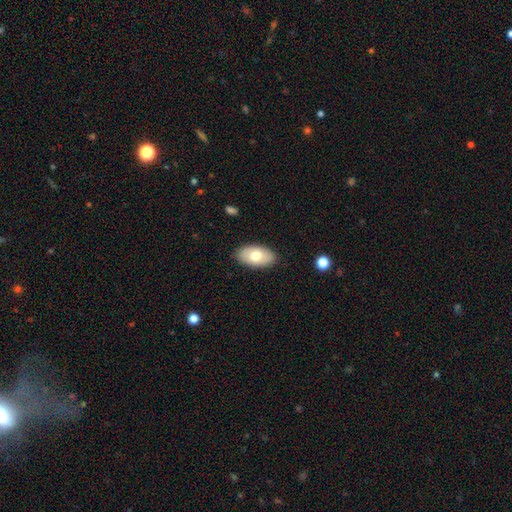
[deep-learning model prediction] smooth_or_featured: smooth (p=0.71) [alt: featured or disk p=0.23]
how_rounded: in between (p=0.94) [alt: round p=0.04]
merging: none (p=0.87) [alt: minor disturbance p=0.10]